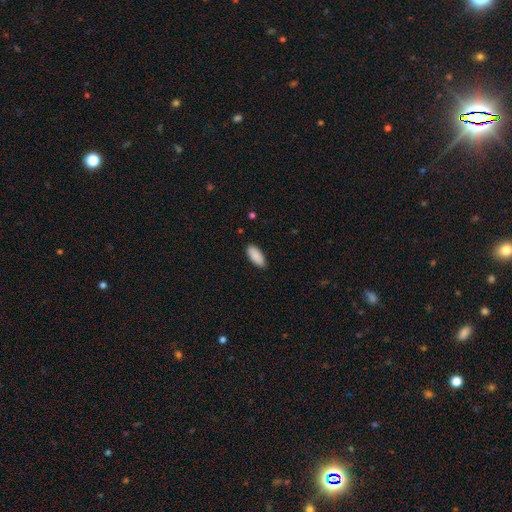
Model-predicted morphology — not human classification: Overall: smooth (90%). How rounded: in between (85%). Merging: none (86%).